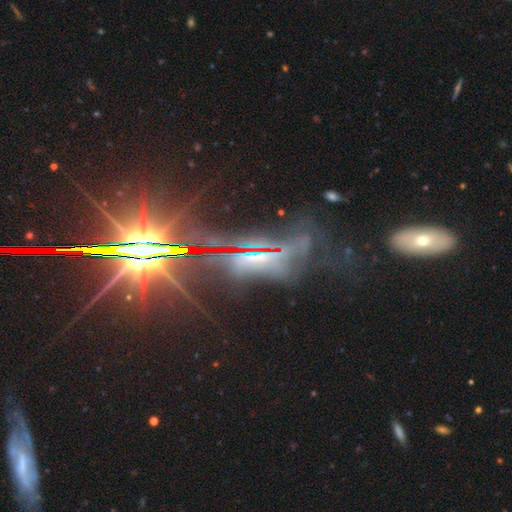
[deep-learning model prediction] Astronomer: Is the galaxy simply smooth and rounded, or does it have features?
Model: star or artifact — 52% (runner-up: featured or disk, 35%).